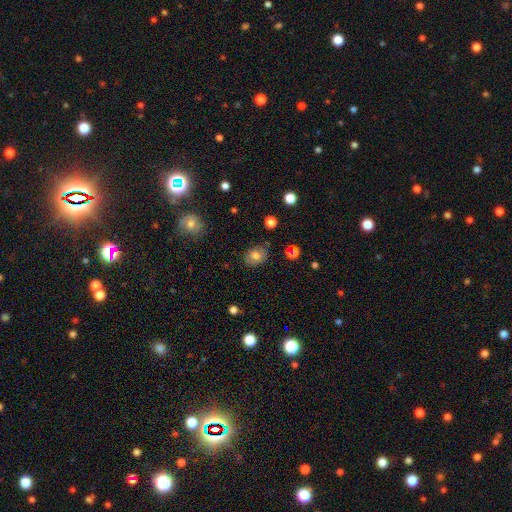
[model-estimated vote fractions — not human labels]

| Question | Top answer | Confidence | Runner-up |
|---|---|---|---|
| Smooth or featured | smooth | 73% | featured or disk (16%) |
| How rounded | in between | 56% | round (43%) |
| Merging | none | 81% | minor disturbance (14%) |